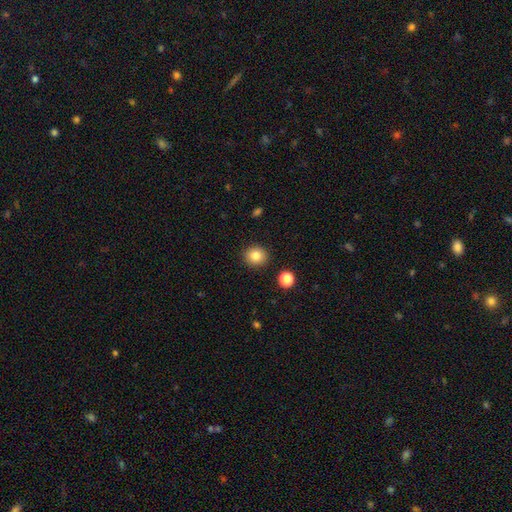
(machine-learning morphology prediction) smooth 83%, star or artifact 10%, featured or disk 7%. Down the decision tree: how rounded — round (86%); merging — none (90%).